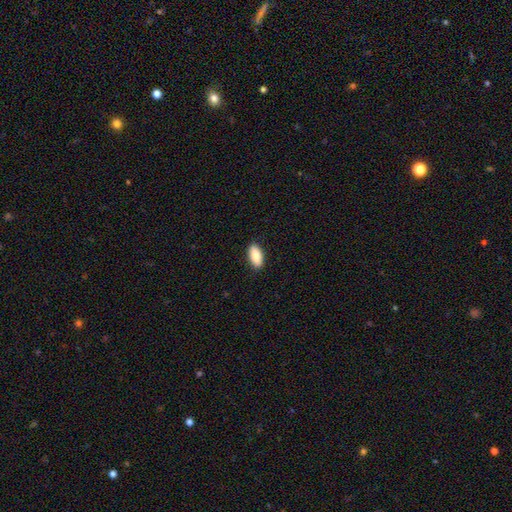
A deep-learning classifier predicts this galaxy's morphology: Q: Smooth or featured?
A: smooth (87%); runner-up: featured or disk (7%)
Q: How rounded?
A: in between (89%); runner-up: cigar-shaped (9%)
Q: Merging?
A: none (89%); runner-up: minor disturbance (9%)